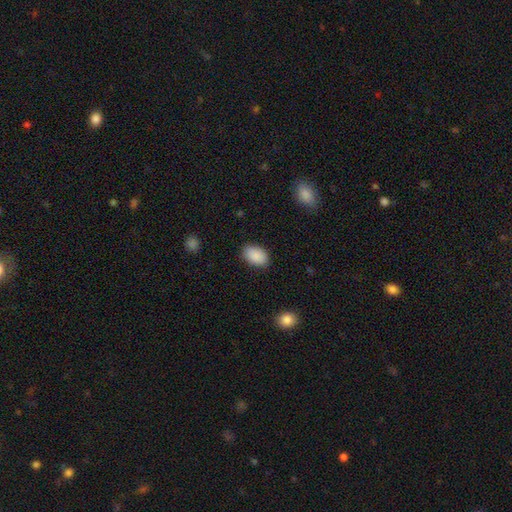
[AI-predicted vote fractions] Smooth or featured? smooth (90%)
How rounded? in between (89%)
Merging? none (85%)